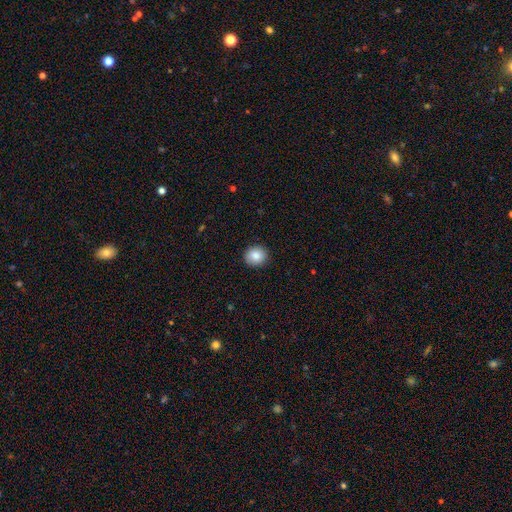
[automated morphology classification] Smooth or featured: smooth — 86% (star or artifact — 8%)
How rounded: round — 85% (in between — 14%)
Merging: none — 91% (minor disturbance — 6%)